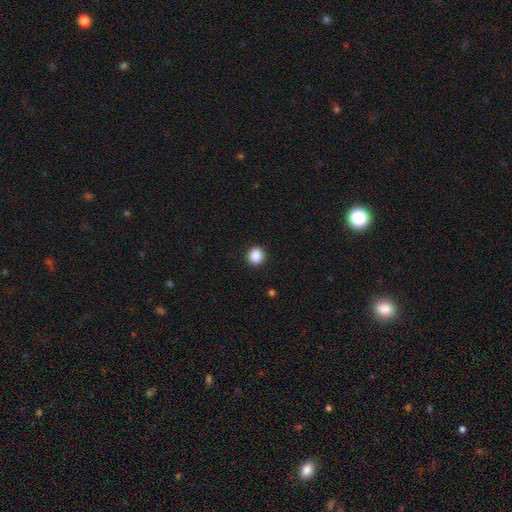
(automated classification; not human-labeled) The model was most divided on "how rounded": round: 86%, in between: 13%, cigar-shaped: 1%. More confident: merging — none (91%); smooth or featured — smooth (88%).